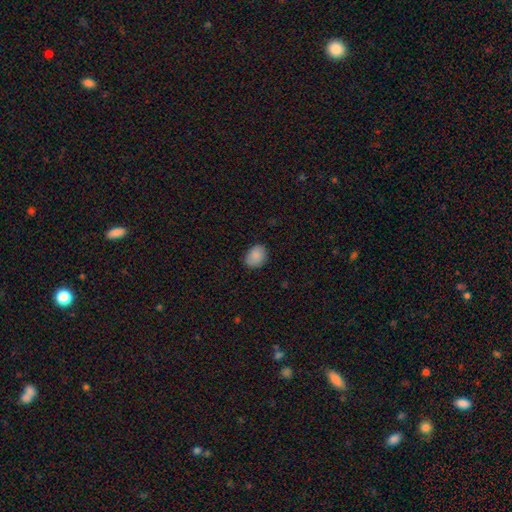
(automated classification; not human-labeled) The model was most divided on "how rounded": in between: 60%, round: 39%, cigar-shaped: 1%. More confident: smooth or featured — smooth (87%); merging — none (81%).